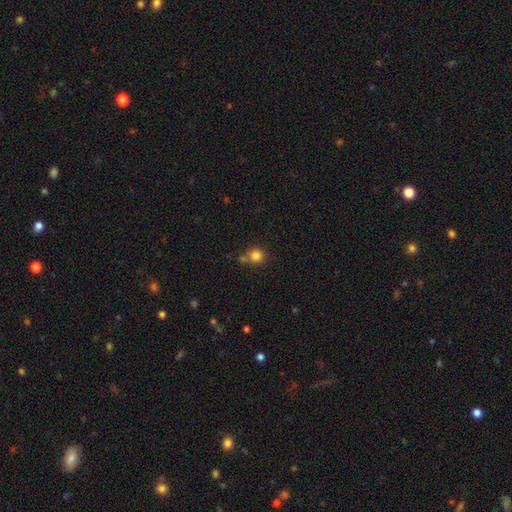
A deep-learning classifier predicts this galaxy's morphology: The model was most divided on "merging": none: 66%, merger: 20%, minor disturbance: 11%, major disturbance: 3%. More confident: how rounded — round (90%); smooth or featured — smooth (83%).